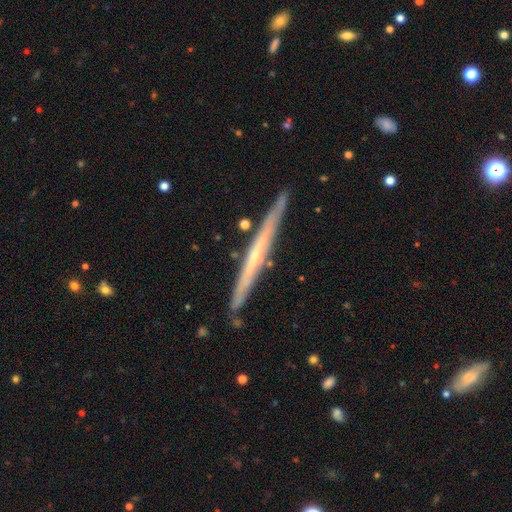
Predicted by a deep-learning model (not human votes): Smooth or featured? Predicted: featured or disk (p=0.66). Edge-on disk? Predicted: yes (p=0.97). Edge-on bulge? Predicted: none (p=0.72). Merging? Predicted: none (p=0.88).